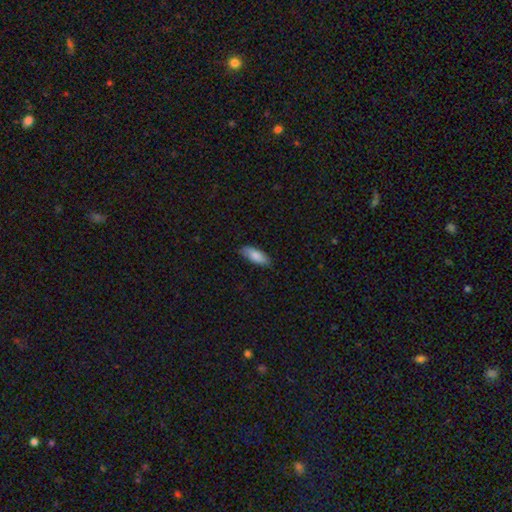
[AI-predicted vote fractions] Morphology: type=smooth (83%); roundness=in between (76%); merging=none (83%).